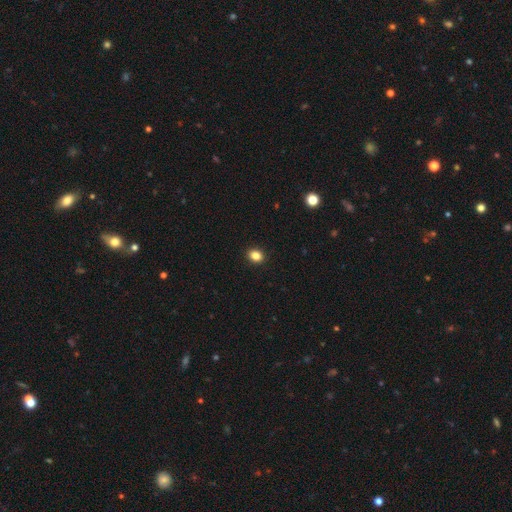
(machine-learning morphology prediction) Smooth or featured? smooth (86%)
How rounded? round (54%)
Merging? none (92%)